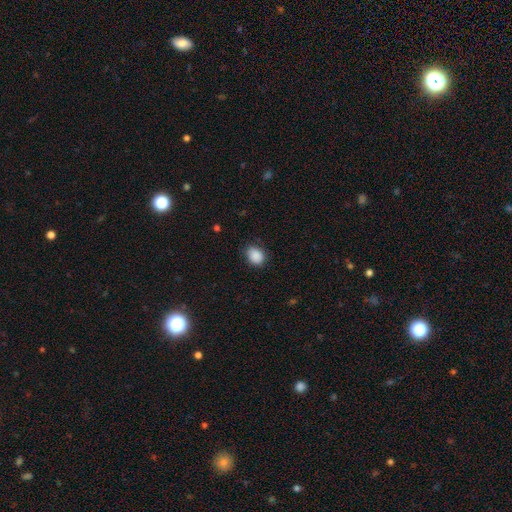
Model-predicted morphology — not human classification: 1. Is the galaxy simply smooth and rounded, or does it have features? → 89% smooth, 8% star or artifact, 3% featured or disk.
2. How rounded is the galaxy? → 52% in between, 47% round, 1% cigar-shaped.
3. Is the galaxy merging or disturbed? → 81% none, 14% minor disturbance, 3% major disturbance, 1% merger.